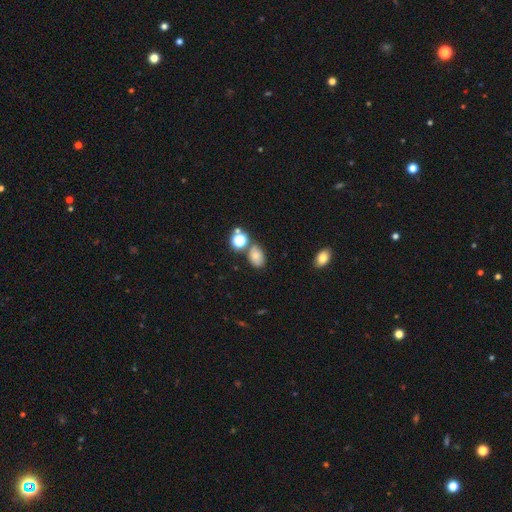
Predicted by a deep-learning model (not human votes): This is likely a smooth galaxy (71%). How rounded: likely in between (78%). Merging: likely none (65%).